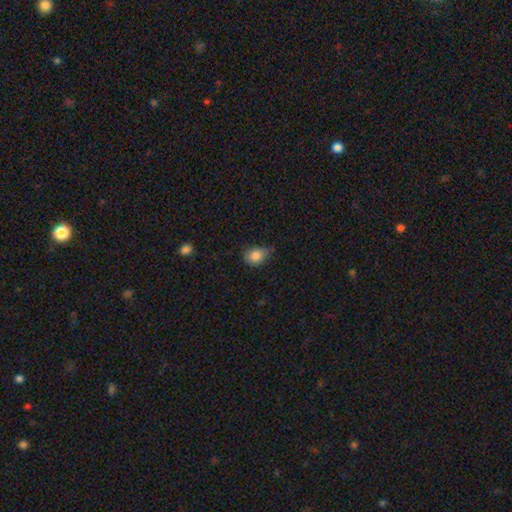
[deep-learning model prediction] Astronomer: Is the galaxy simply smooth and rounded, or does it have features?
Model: smooth — 84%.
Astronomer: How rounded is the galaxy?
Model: in between — 67%.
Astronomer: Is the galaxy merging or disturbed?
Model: none — 52% (runner-up: minor disturbance, 39%).